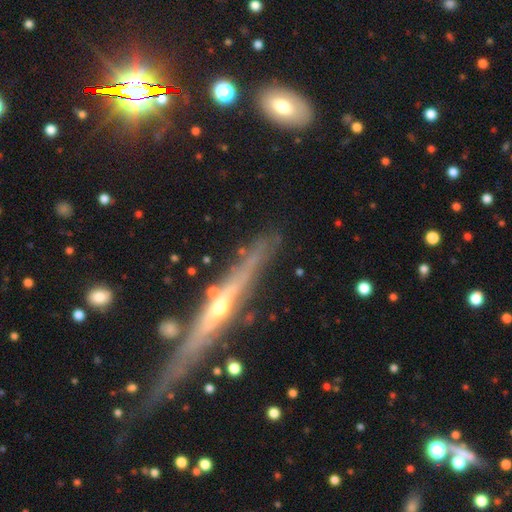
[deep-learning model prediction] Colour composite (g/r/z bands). It shows a featured or disk galaxy (77%) viewed edge-on (91%) with a rounded central bulge (70%). Merging: none (79%).